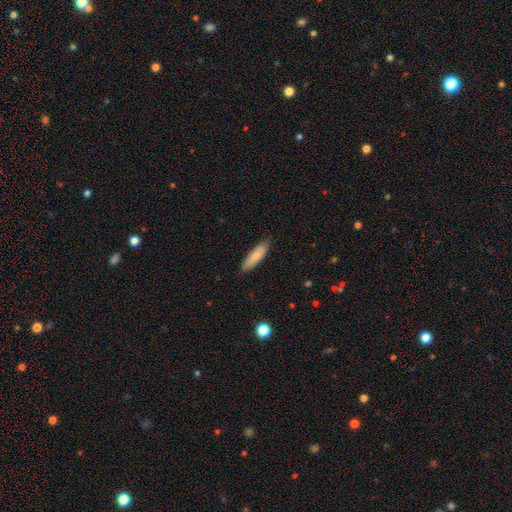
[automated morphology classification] Smooth or featured?
  - smooth: 78% *
  - featured or disk: 16%
  - star or artifact: 6%
How rounded?
  - cigar-shaped: 57% *
  - in between: 41%
  - round: 2%
Merging?
  - none: 84% *
  - minor disturbance: 13%
  - major disturbance: 2%
  - merger: 1%